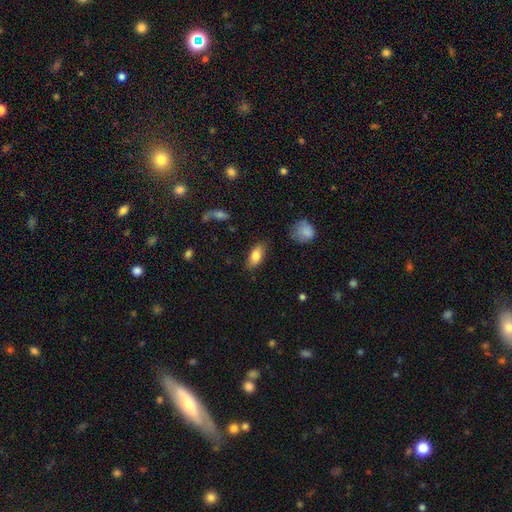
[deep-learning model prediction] A smooth galaxy with no disk features (81%) that is in between round and cigar-shaped (88%). Merging: none (81%).